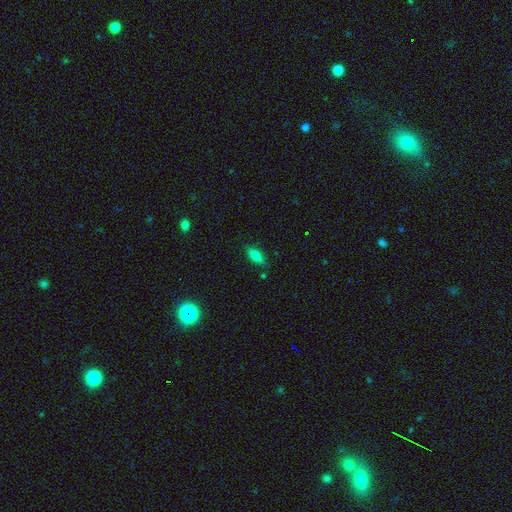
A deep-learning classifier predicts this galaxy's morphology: Q: Smooth or featured?
A: smooth (67%); runner-up: featured or disk (23%)
Q: How rounded?
A: in between (67%); runner-up: cigar-shaped (29%)
Q: Merging?
A: none (82%); runner-up: minor disturbance (13%)